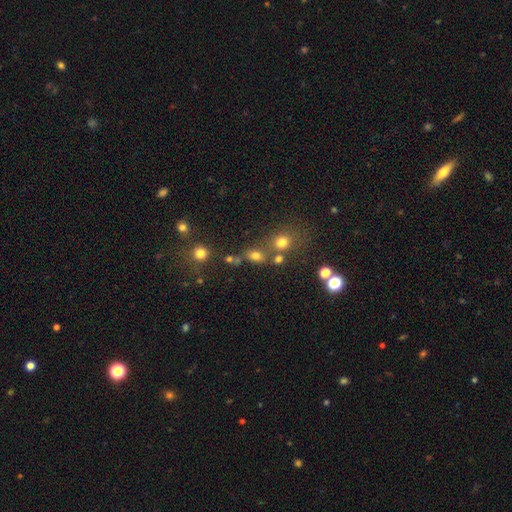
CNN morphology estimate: Smooth or featured: smooth — 72% (star or artifact — 19%)
How rounded: in between — 58% (round — 40%)
Merging: none — 60% (merger — 22%)